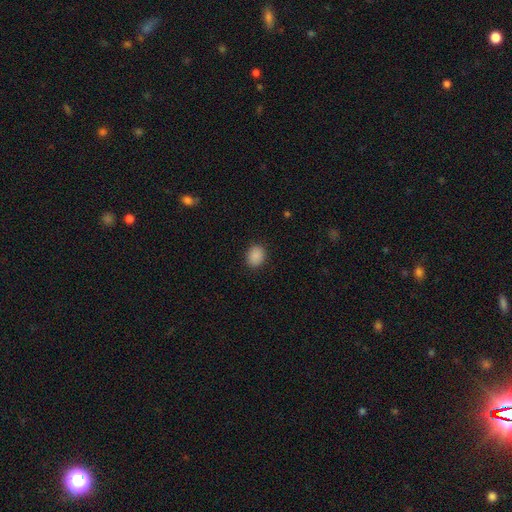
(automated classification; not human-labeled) smooth-or-featured: smooth: 88% | star or artifact: 9% | featured or disk: 3%
  how-rounded: round: 50% | in between: 49% | cigar-shaped: 1%
  merging: none: 89% | minor disturbance: 8% | major disturbance: 2% | merger: 1%